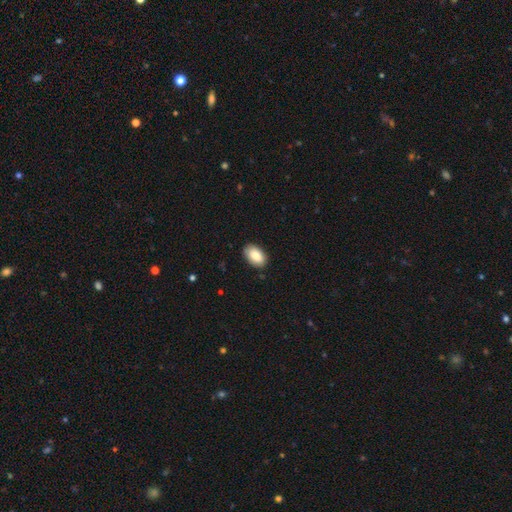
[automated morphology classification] smooth 86%, featured or disk 8%, star or artifact 6%. Down the decision tree: how rounded — in between (93%); merging — none (86%).